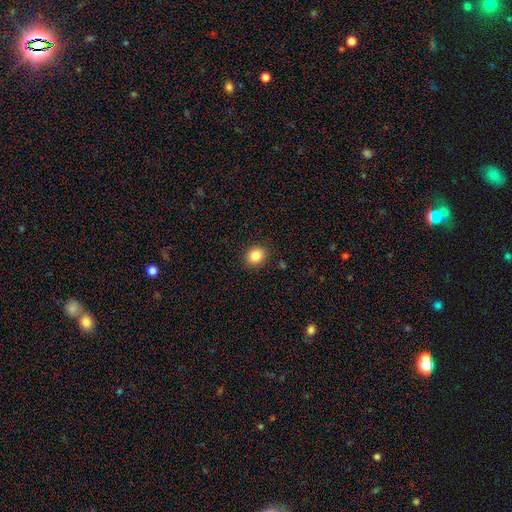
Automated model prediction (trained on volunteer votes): This appears to be a smooth galaxy with no disk features (85%) that is round (69%). Merging: none (89%).